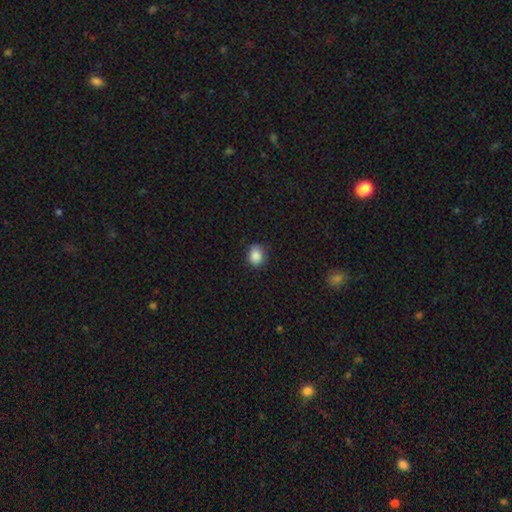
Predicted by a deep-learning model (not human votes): Smooth or featured?
  - smooth: 87% *
  - star or artifact: 9%
  - featured or disk: 3%
How rounded?
  - round: 68% *
  - in between: 31%
  - cigar-shaped: 1%
Merging?
  - none: 81% *
  - minor disturbance: 15%
  - major disturbance: 3%
  - merger: 1%